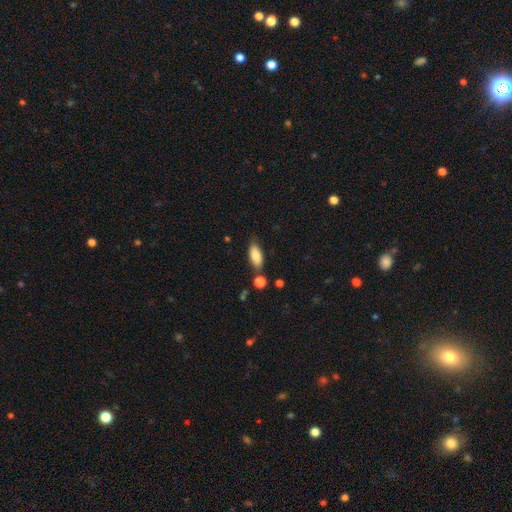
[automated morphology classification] A smooth galaxy with no disk features (83%) that is in between round and cigar-shaped (84%).

Vote fractions:
- Smooth or featured? smooth: 83% / featured or disk: 10% / star or artifact: 7%
- How rounded? in between: 84% / cigar-shaped: 13% / round: 3%
- Merging? none: 70% / minor disturbance: 18% / merger: 7% / major disturbance: 4%